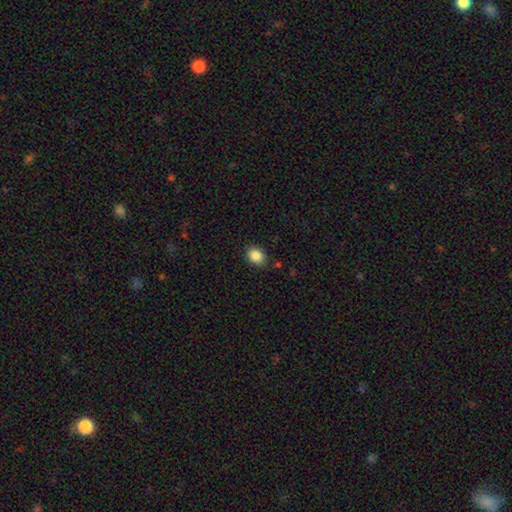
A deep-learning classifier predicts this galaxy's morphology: The model was most divided on "how rounded": in between: 51%, round: 48%, cigar-shaped: 1%. More confident: smooth or featured — smooth (87%); merging — none (84%).